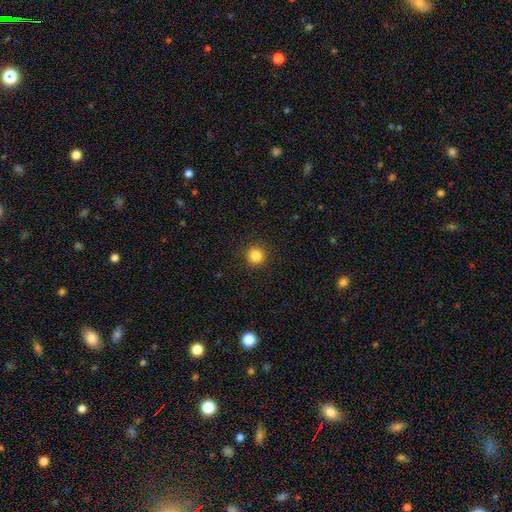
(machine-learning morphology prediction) smooth 85%, star or artifact 11%, featured or disk 4%. Down the decision tree: how rounded — round (95%); merging — none (92%).